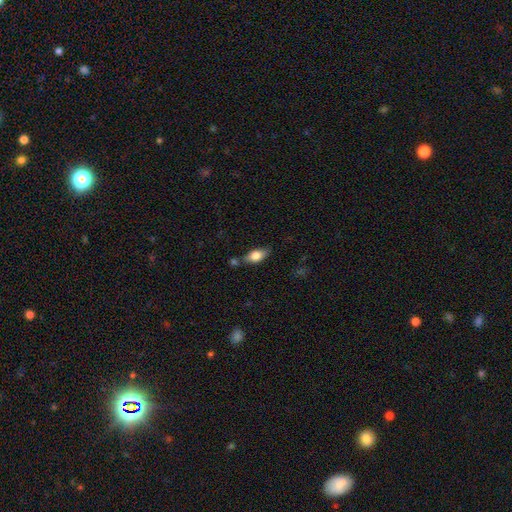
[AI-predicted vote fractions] Smooth or featured? smooth (75%)
How rounded? in between (85%)
Merging? none (65%)